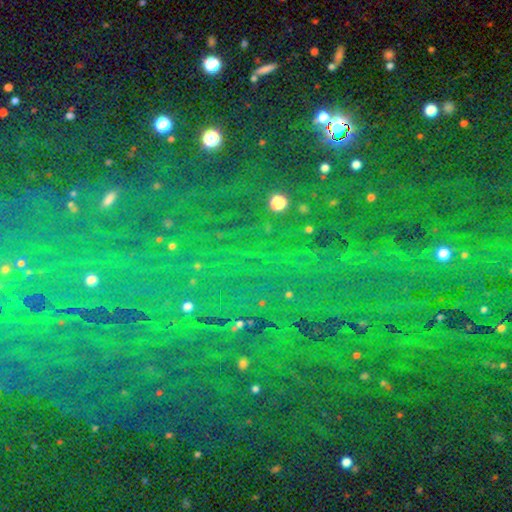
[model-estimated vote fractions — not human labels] Overall: star or artifact (83%).